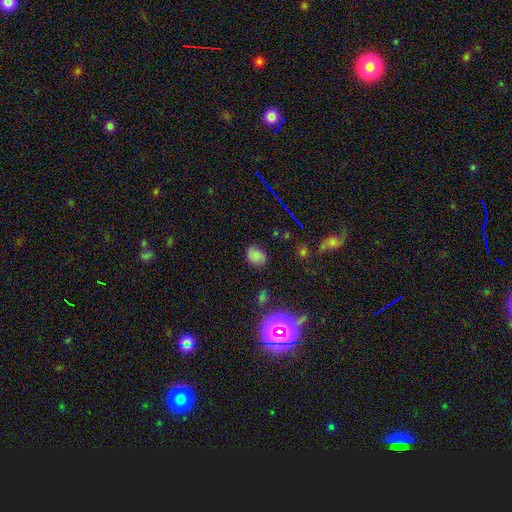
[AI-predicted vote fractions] This appears to be a smooth galaxy with no disk features (71%) that is in between round and cigar-shaped (51%). Merging: none (76%).